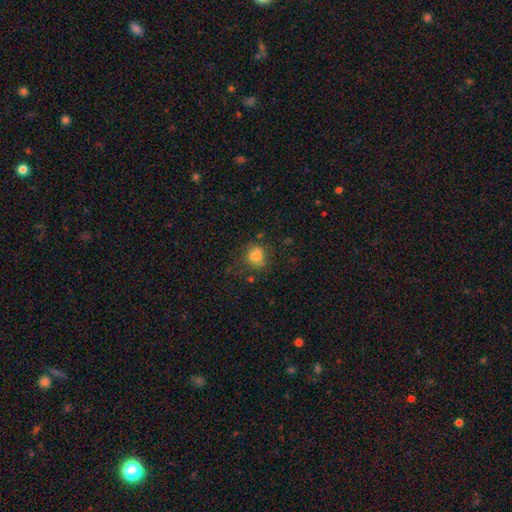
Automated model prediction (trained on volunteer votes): Smooth or featured?
  - smooth: 73% *
  - featured or disk: 14%
  - star or artifact: 13%
How rounded?
  - round: 53% *
  - in between: 45%
  - cigar-shaped: 1%
Merging?
  - none: 54% *
  - minor disturbance: 23%
  - major disturbance: 14%
  - merger: 9%